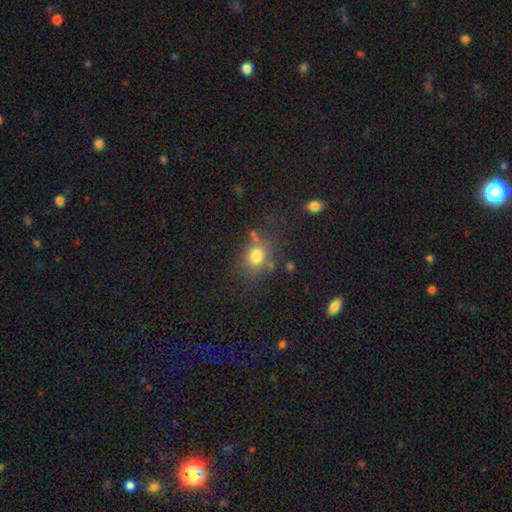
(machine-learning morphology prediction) A smooth galaxy with no disk features (78%) that is round (57%).

Vote fractions:
- Smooth or featured? smooth: 78% / star or artifact: 13% / featured or disk: 9%
- How rounded? round: 57% / in between: 42% / cigar-shaped: 1%
- Merging? none: 69% / minor disturbance: 16% / merger: 8% / major disturbance: 6%